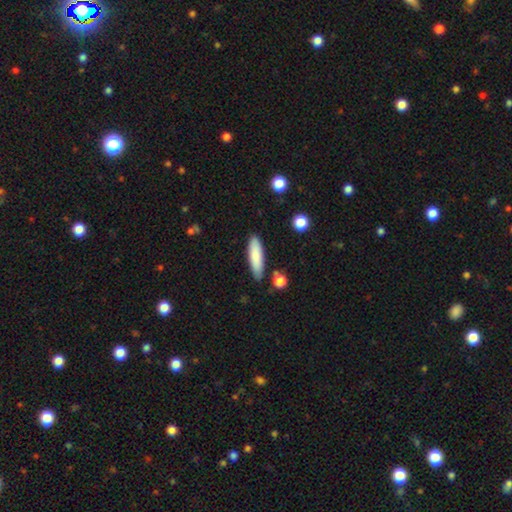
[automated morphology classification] type=smooth (83%); roundness=cigar-shaped (64%); merging=none (84%).